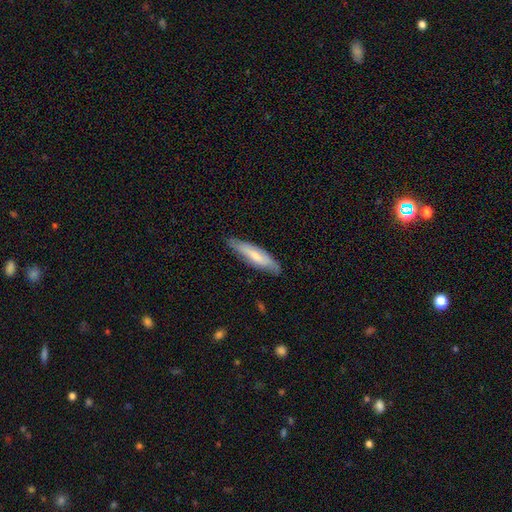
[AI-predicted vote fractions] Morphology: type=smooth (63%); roundness=cigar-shaped (75%); merging=none (79%).